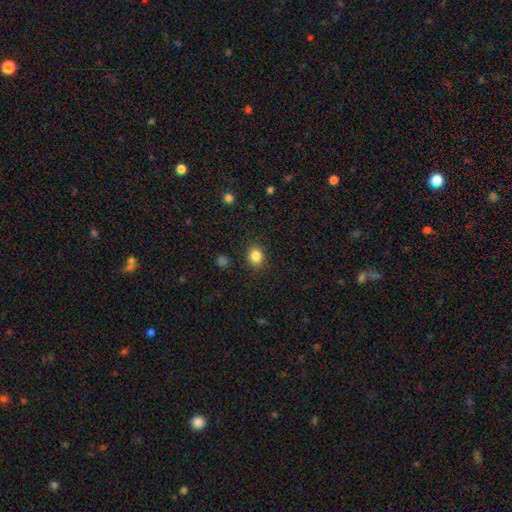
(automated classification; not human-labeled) smooth 84%, star or artifact 11%, featured or disk 5%. Down the decision tree: how rounded — round (66%); merging — none (88%).